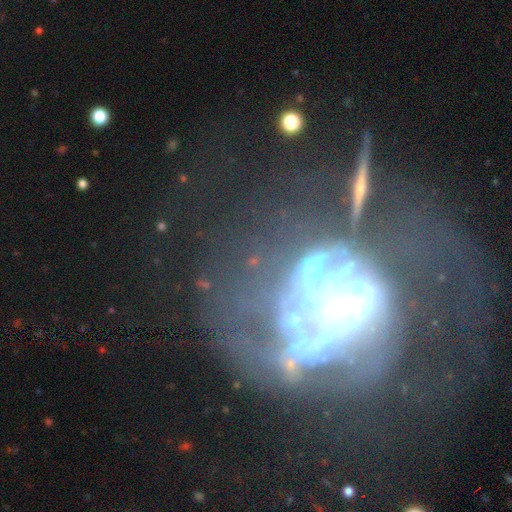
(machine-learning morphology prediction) Q: Smooth or featured?
A: featured or disk (62%); runner-up: star or artifact (27%)
Q: Edge-on disk?
A: no (93%); runner-up: yes (7%)
Q: Bar?
A: no (74%); runner-up: strong (14%)
Q: Spiral arms?
A: no (68%); runner-up: yes (32%)
Q: Bulge size?
A: none (27%); runner-up: moderate (24%)
Q: Merging?
A: major disturbance (49%); runner-up: none (20%)